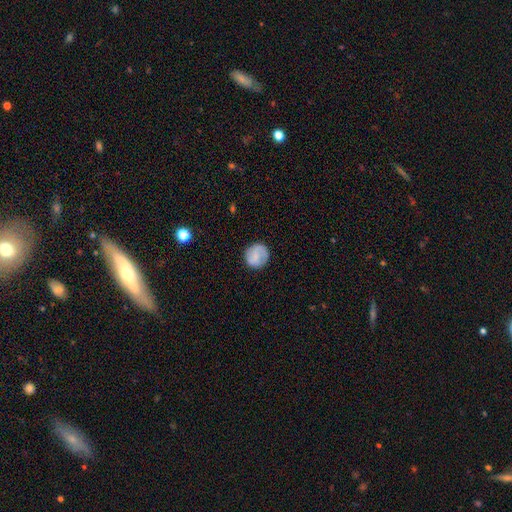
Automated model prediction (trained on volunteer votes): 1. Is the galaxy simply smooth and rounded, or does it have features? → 66% smooth, 27% featured or disk, 7% star or artifact.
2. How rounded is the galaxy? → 90% round, 9% in between, 1% cigar-shaped.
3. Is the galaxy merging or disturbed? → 81% none, 13% minor disturbance, 4% major disturbance, 1% merger.